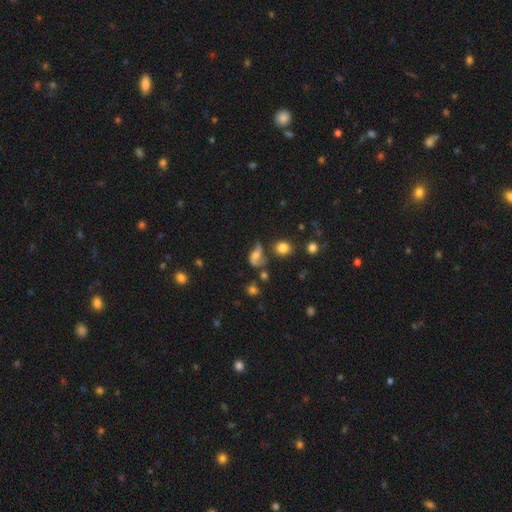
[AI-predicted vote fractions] Smooth or featured?
  - featured or disk: 59% *
  - smooth: 29%
  - star or artifact: 12%
Edge-on disk?
  - no: 96% *
  - yes: 4%
Bar?
  - no: 53% *
  - weak: 36%
  - strong: 12%
Spiral arms?
  - yes: 85% *
  - no: 15%
Bulge size?
  - moderate: 44% *
  - small: 28%
  - none: 14%
  - large: 12%
  - dominant: 3%
Merging?
  - none: 42% *
  - major disturbance: 23%
  - minor disturbance: 22%
  - merger: 12%